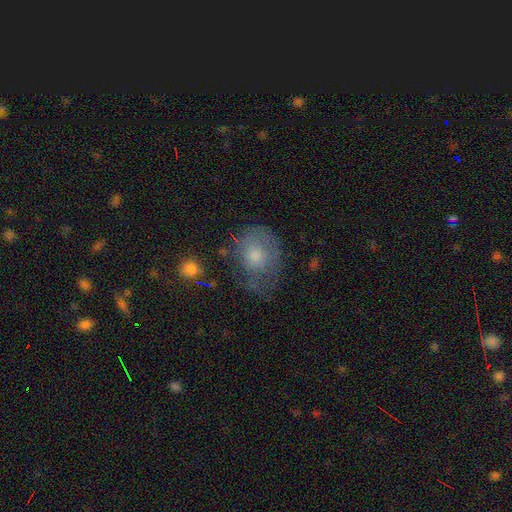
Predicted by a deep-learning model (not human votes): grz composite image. It shows a smooth galaxy with no disk features (61%) that is round (53%). Merging: none (44%).